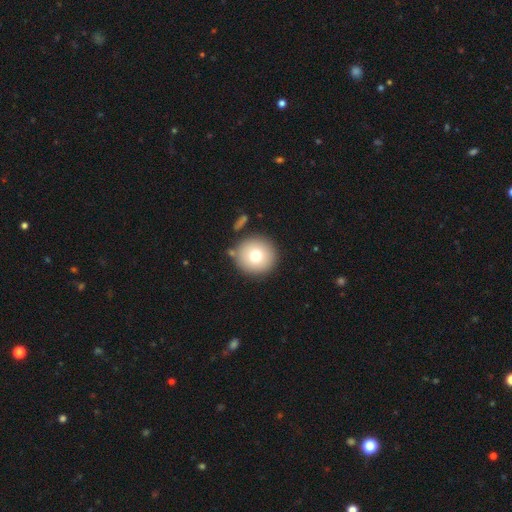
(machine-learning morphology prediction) This is likely a smooth galaxy (74%). How rounded: clearly round (94%). Merging: clearly none (84%).